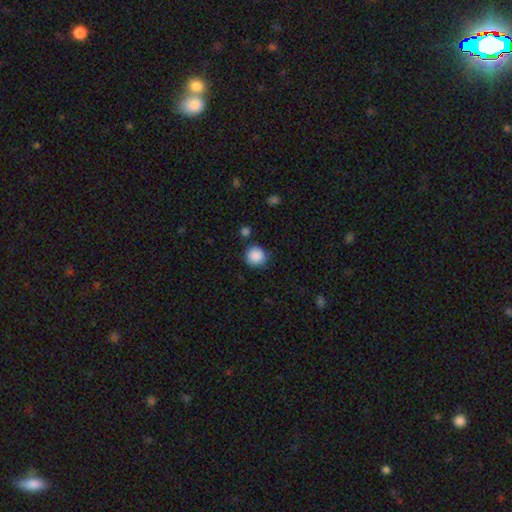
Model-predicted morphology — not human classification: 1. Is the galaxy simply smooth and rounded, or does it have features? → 88% smooth, 9% star or artifact, 3% featured or disk.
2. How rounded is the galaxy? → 92% round, 7% in between, 1% cigar-shaped.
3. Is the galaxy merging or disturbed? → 83% none, 10% minor disturbance, 4% merger, 3% major disturbance.